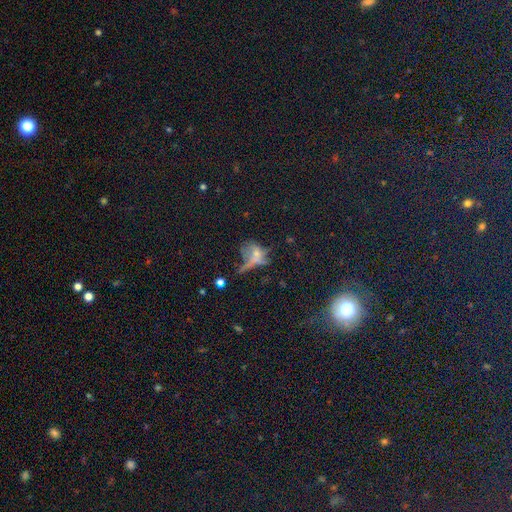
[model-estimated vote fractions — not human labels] Q: Smooth or featured?
A: smooth (42%); runner-up: star or artifact (34%)
Q: Merging?
A: none (36%); runner-up: major disturbance (25%)